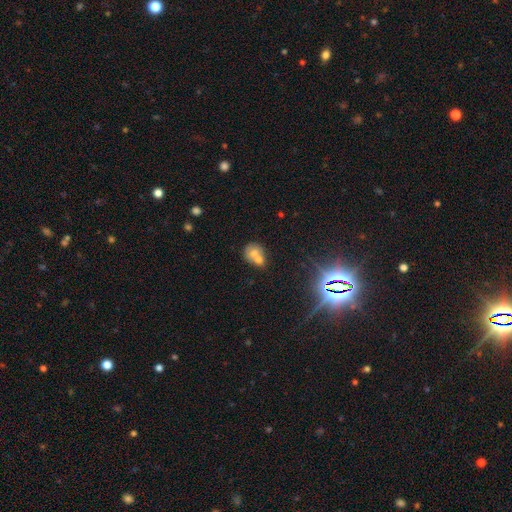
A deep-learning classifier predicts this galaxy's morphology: Smooth or featured?
  - smooth: 61% *
  - featured or disk: 25%
  - star or artifact: 14%
How rounded?
  - round: 59% *
  - in between: 40%
  - cigar-shaped: 1%
Merging?
  - merger: 63% *
  - none: 25%
  - minor disturbance: 8%
  - major disturbance: 4%